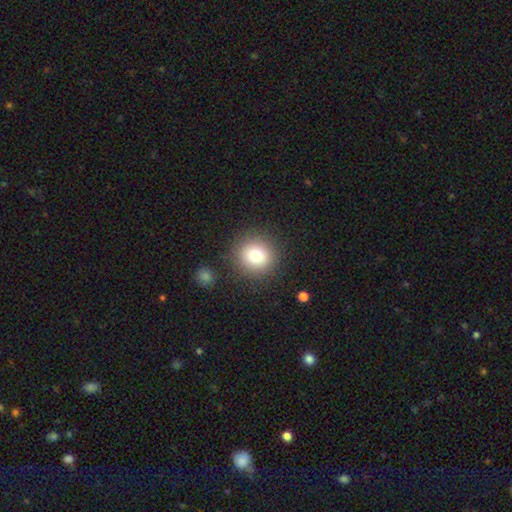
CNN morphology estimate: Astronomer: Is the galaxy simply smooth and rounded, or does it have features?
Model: smooth — 77%.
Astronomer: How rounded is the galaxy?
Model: round — 93%.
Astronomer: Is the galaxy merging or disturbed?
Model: none — 88%.